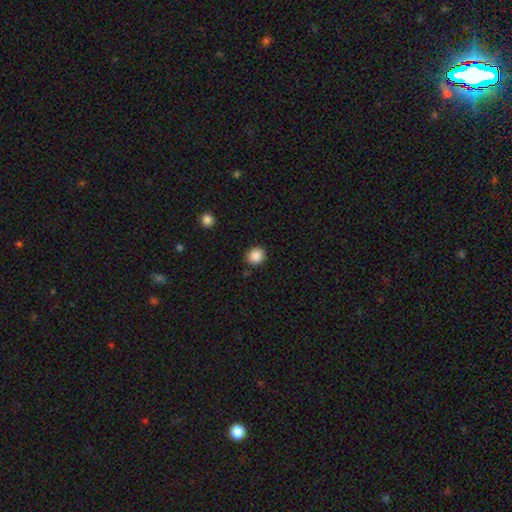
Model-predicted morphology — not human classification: This appears to be a smooth galaxy with no disk features (88%) that is round (82%). Merging: none (88%).